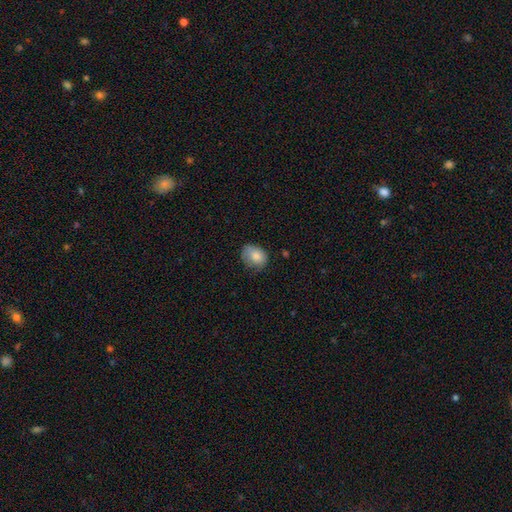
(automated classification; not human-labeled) This appears to be a smooth galaxy with no disk features (81%) that is in between round and cigar-shaped (51%). Merging: none (61%).